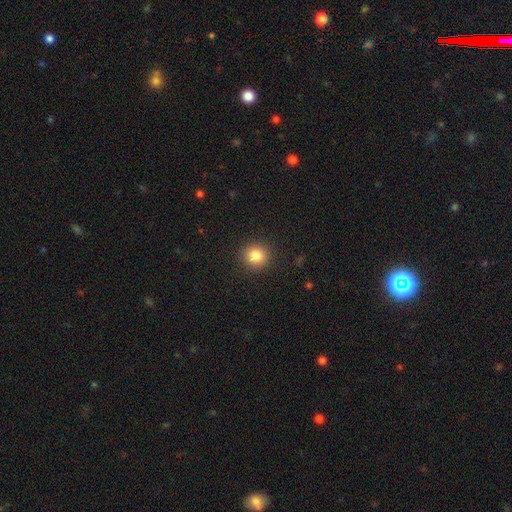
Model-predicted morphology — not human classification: smooth 83%, star or artifact 11%, featured or disk 6%. Down the decision tree: how rounded — round (89%); merging — none (90%).